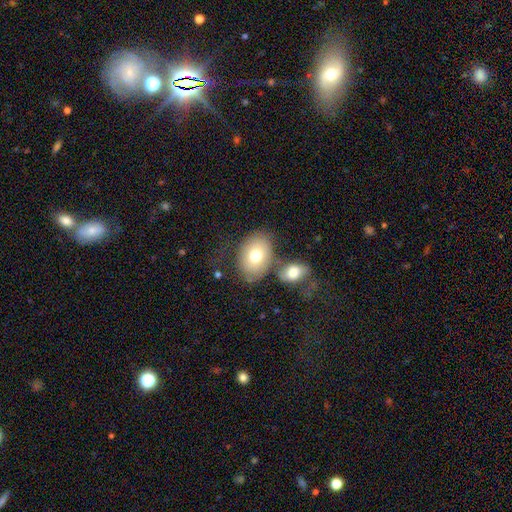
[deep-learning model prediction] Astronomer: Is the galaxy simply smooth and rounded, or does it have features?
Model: smooth — 72%.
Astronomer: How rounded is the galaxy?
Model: in between — 72%.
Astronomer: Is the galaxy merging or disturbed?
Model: none — 57%.